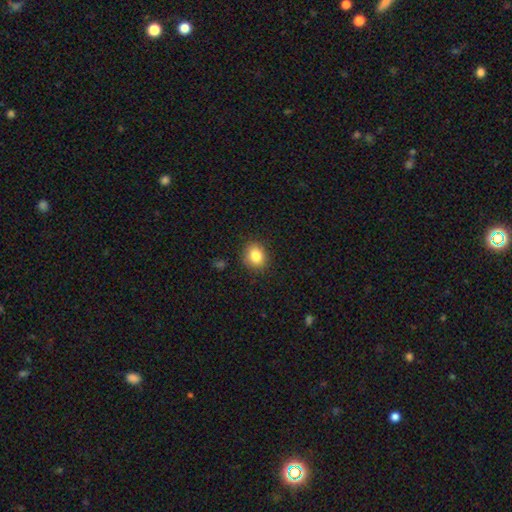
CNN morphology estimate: The model was most divided on "how rounded": round: 68%, in between: 31%, cigar-shaped: 1%. More confident: merging — none (87%); smooth or featured — smooth (83%).